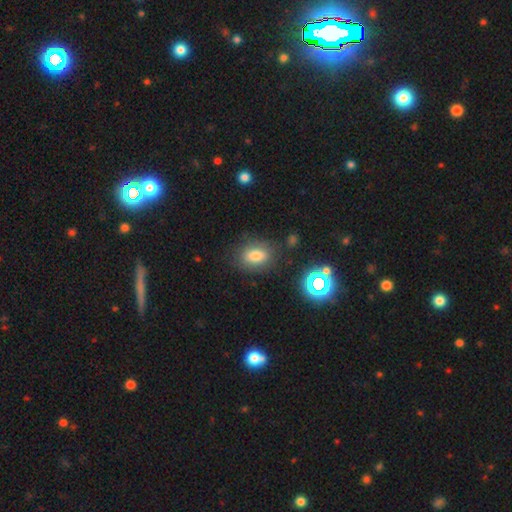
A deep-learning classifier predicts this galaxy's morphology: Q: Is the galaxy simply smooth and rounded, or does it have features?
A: smooth — 77%.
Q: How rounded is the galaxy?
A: in between — 78%.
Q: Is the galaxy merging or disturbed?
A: none — 79%.